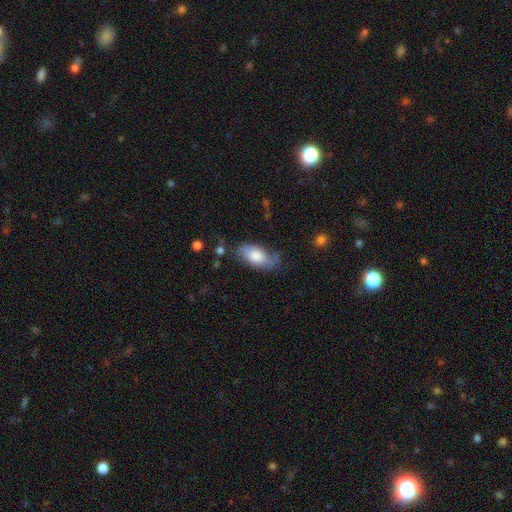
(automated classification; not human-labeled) Smooth or featured? smooth (56%)
How rounded? in between (91%)
Merging? none (52%)